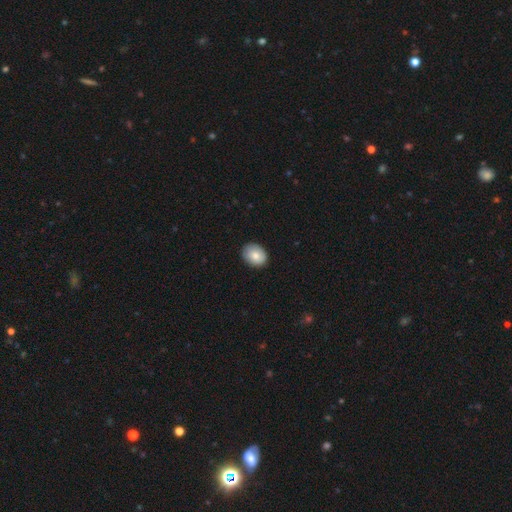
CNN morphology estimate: type=smooth (81%); roundness=in between (50%); merging=none (86%).